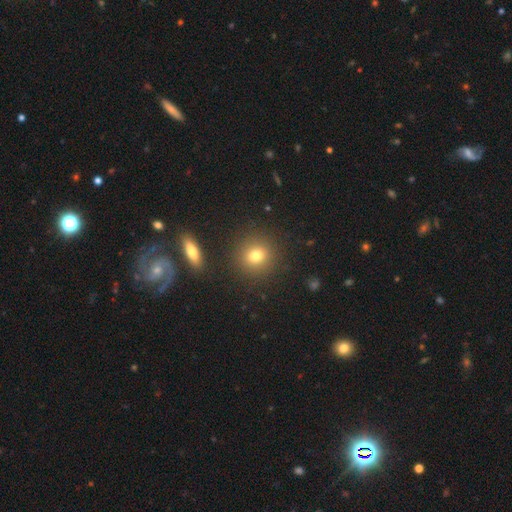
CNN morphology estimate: Smooth or featured: smooth — 77% (star or artifact — 13%)
How rounded: round — 84% (in between — 14%)
Merging: none — 88% (minor disturbance — 7%)